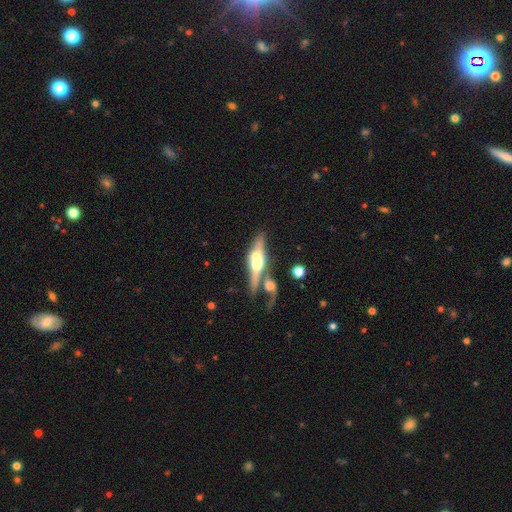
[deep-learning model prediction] featured or disk 67%, smooth 26%, star or artifact 7%. Down the decision tree: edge-on disk — yes (84%); edge-on bulge — rounded (90%); merging — none (39%, tied with merger).